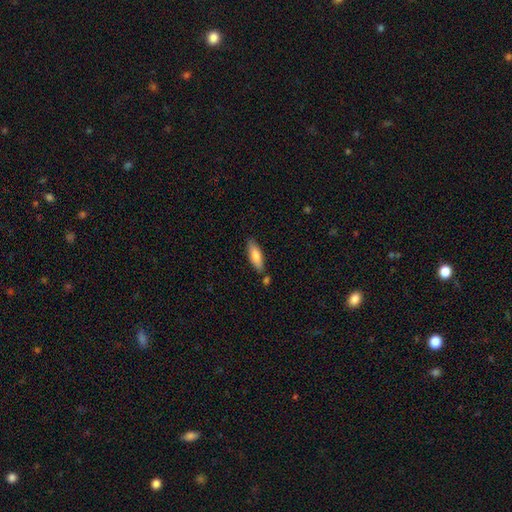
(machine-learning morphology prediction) A smooth galaxy with no disk features (79%) that is in between round and cigar-shaped (54%).

Vote fractions:
- Smooth or featured? smooth: 79% / featured or disk: 16% / star or artifact: 6%
- How rounded? in between: 54% / cigar-shaped: 44% / round: 2%
- Merging? none: 76% / minor disturbance: 14% / merger: 8% / major disturbance: 3%